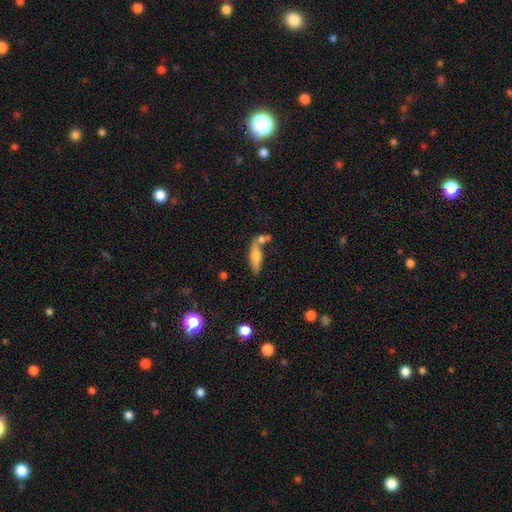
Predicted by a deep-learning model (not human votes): Overall: smooth (61%; featured or disk 32%). How rounded: cigar-shaped (56%; in between 41%). Merging: none (57%; merger 23%).